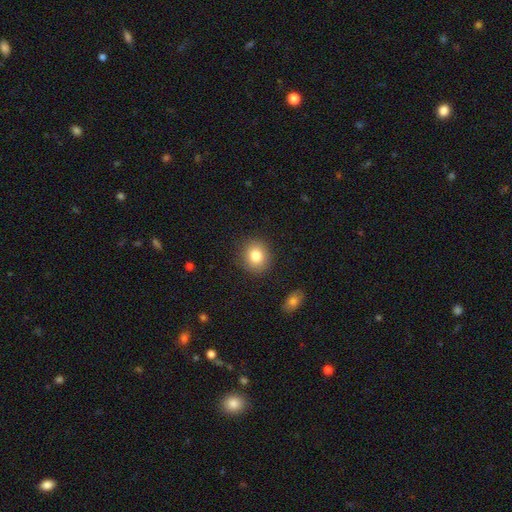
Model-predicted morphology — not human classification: smooth-or-featured: smooth: 82% | star or artifact: 10% | featured or disk: 8%
  how-rounded: round: 79% | in between: 20% | cigar-shaped: 1%
  merging: none: 88% | minor disturbance: 8% | major disturbance: 2% | merger: 1%